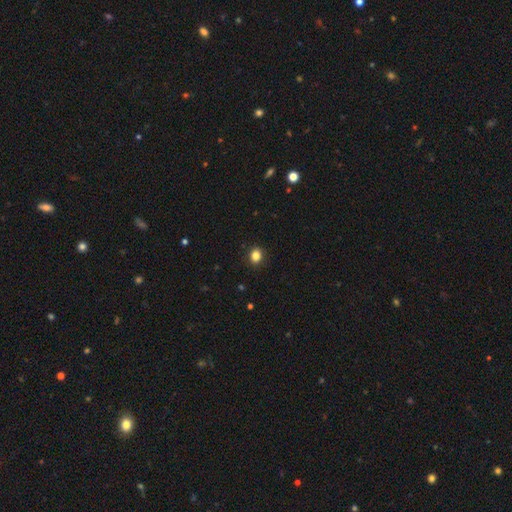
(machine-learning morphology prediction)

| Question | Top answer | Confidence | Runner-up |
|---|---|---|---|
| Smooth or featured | smooth | 85% | star or artifact (10%) |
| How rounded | round | 52% | in between (47%) |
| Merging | none | 90% | minor disturbance (7%) |